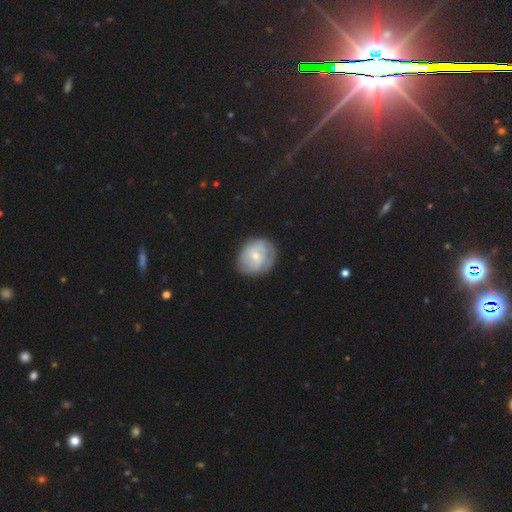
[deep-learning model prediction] Smooth or featured? featured or disk (51%)
Edge-on disk? no (97%)
Merging? none (74%)